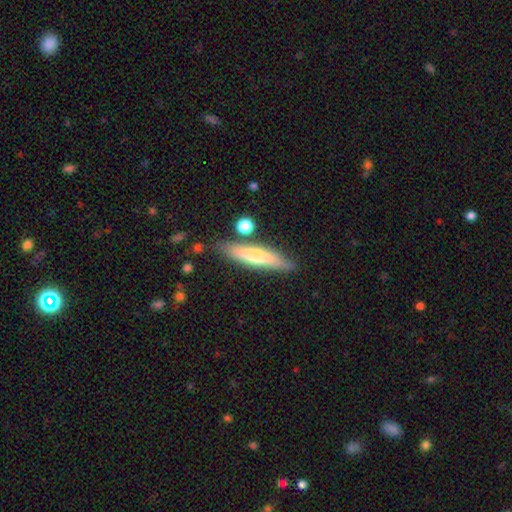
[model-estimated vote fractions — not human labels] smooth-or-featured: smooth: 64% | featured or disk: 30% | star or artifact: 6%
  how-rounded: cigar-shaped: 81% | in between: 18% | round: 2%
  merging: none: 79% | minor disturbance: 13% | merger: 5% | major disturbance: 3%